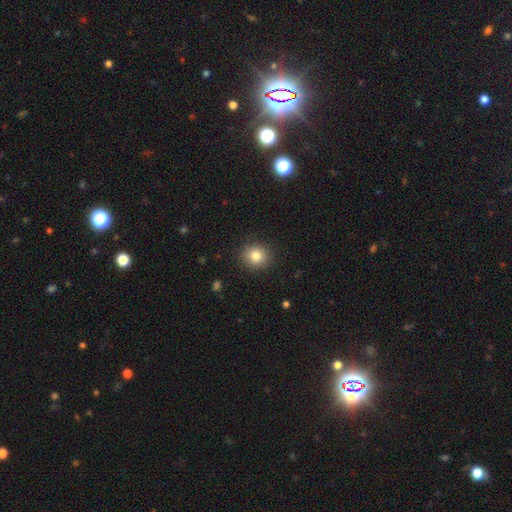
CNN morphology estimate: Smooth or featured: smooth — 82% (star or artifact — 11%)
How rounded: round — 85% (in between — 14%)
Merging: none — 90% (minor disturbance — 7%)